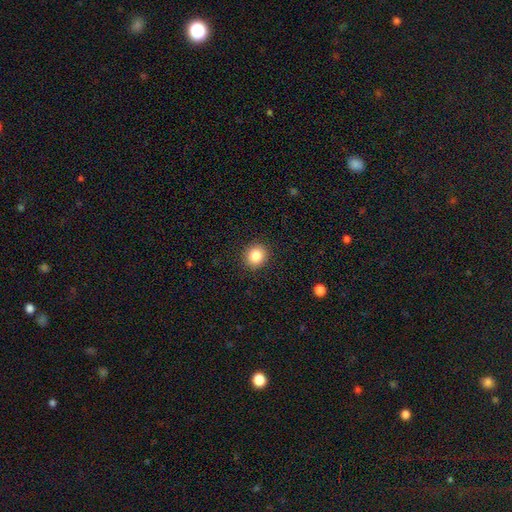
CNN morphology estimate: Overall: smooth (85%). How rounded: round (85%). Merging: none (91%).